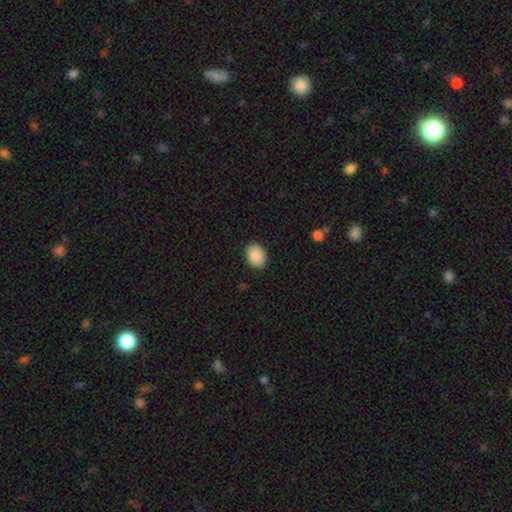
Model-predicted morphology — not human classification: Smooth or featured? smooth (89%)
How rounded? in between (59%)
Merging? none (88%)